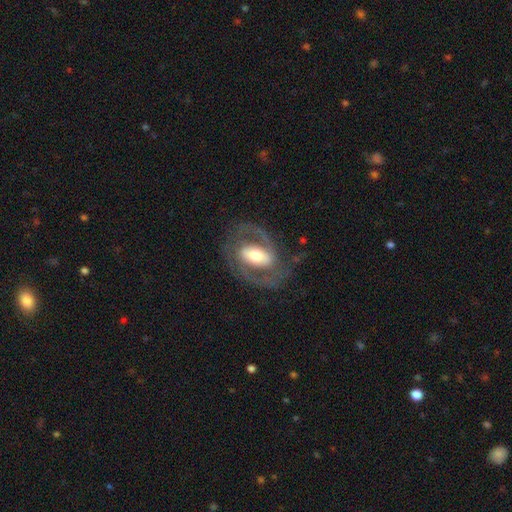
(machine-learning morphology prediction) Smooth or featured?
  - featured or disk: 84% *
  - smooth: 11%
  - star or artifact: 5%
Edge-on disk?
  - no: 96% *
  - yes: 4%
Bar?
  - strong: 45% *
  - weak: 33%
  - no: 21%
Spiral arms?
  - yes: 88% *
  - no: 12%
Spiral winding?
  - medium: 56% *
  - tight: 27%
  - loose: 17%
Spiral arm count?
  - 2: 90% *
  - can't tell: 4%
  - 1: 3%
  - 3: 1%
  - 4: 1%
  - more than 4: 1%
Bulge size?
  - moderate: 61% *
  - large: 22%
  - small: 14%
  - dominant: 2%
  - none: 1%
Merging?
  - none: 74% *
  - minor disturbance: 14%
  - major disturbance: 11%
  - merger: 1%